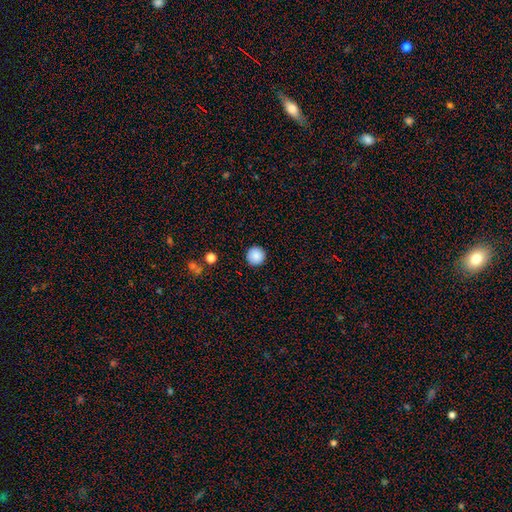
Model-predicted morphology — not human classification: smooth 88%, star or artifact 8%, featured or disk 3%. Down the decision tree: how rounded — round (96%); merging — none (92%).